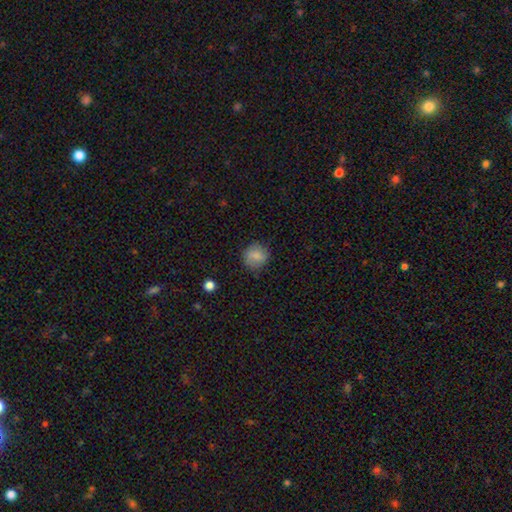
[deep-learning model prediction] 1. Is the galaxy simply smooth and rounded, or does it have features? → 82% smooth, 9% featured or disk, 9% star or artifact.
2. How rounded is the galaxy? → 87% round, 13% in between, 1% cigar-shaped.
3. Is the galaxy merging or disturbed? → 78% none, 16% minor disturbance, 4% major disturbance, 1% merger.